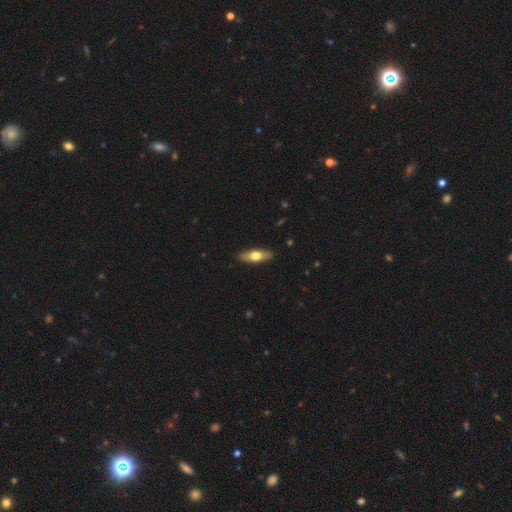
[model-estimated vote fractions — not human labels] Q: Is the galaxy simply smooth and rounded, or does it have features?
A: smooth — 60%.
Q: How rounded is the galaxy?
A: in between — 60%.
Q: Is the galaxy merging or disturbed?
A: none — 89%.